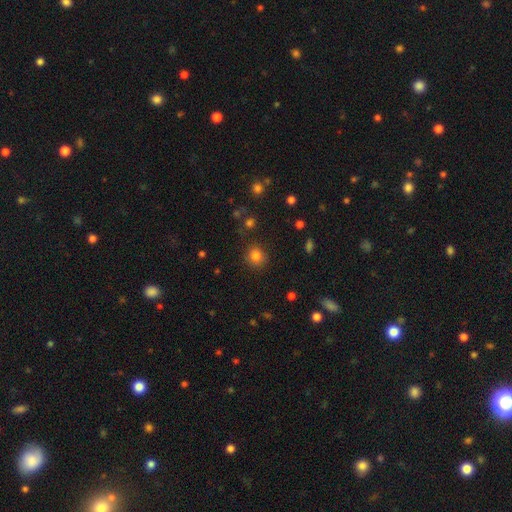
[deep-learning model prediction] Morphology: type=smooth (81%); roundness=round (87%); merging=none (85%).